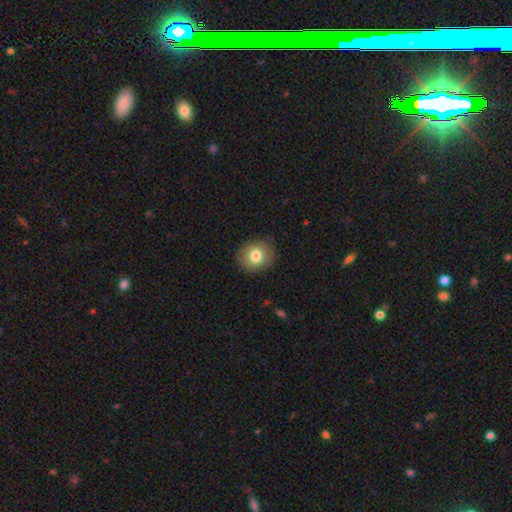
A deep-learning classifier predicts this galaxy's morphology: Smooth or featured: smooth — 79% (featured or disk — 12%)
How rounded: round — 72% (in between — 27%)
Merging: none — 87% (minor disturbance — 9%)